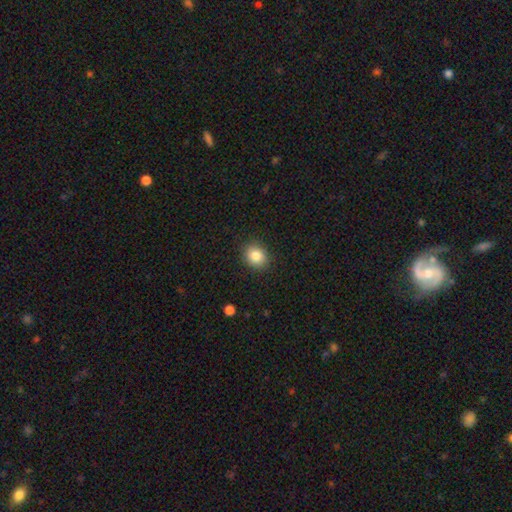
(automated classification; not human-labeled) Smooth or featured: smooth — 84% (star or artifact — 10%)
How rounded: round — 67% (in between — 32%)
Merging: none — 90% (minor disturbance — 7%)